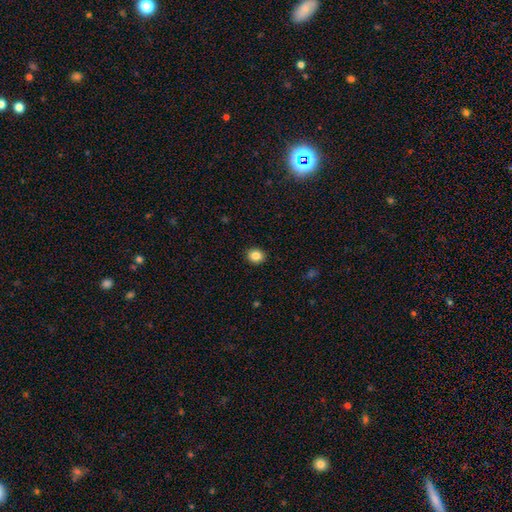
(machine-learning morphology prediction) Smooth or featured: smooth — 85% (star or artifact — 10%)
How rounded: round — 65% (in between — 35%)
Merging: none — 91% (minor disturbance — 6%)